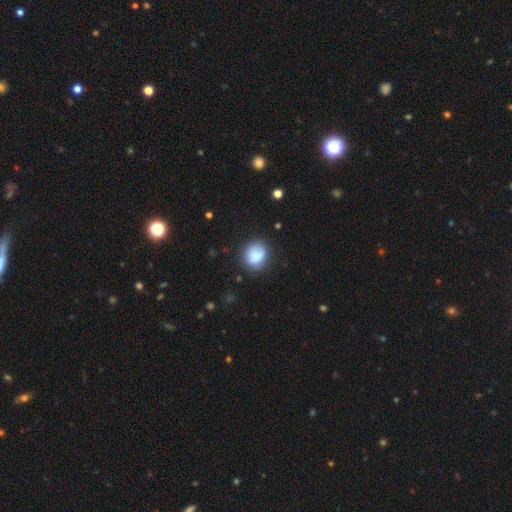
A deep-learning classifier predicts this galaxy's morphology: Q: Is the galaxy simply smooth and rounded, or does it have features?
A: smooth — 83%.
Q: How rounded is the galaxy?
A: round — 75%.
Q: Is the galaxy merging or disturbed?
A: none — 72%.